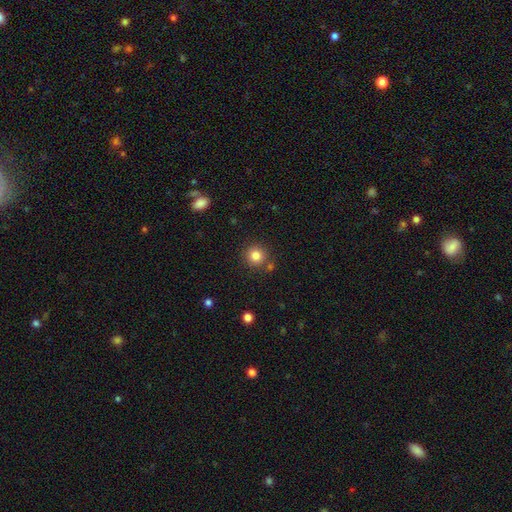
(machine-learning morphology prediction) This appears to be a smooth galaxy with no disk features (82%) that is round (93%). Merging: none (83%).